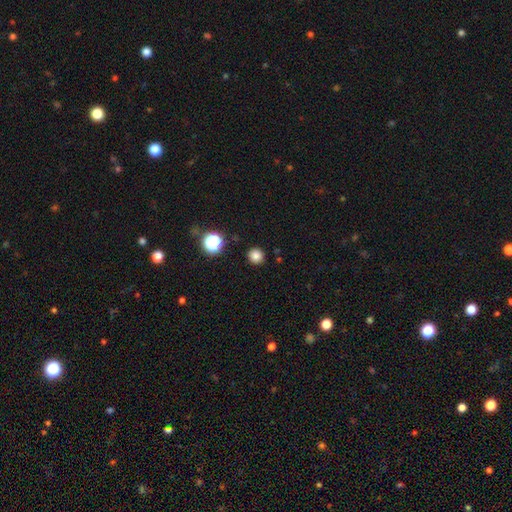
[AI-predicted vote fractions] Morphology: type=smooth (81%); roundness=round (92%); merging=none (91%).